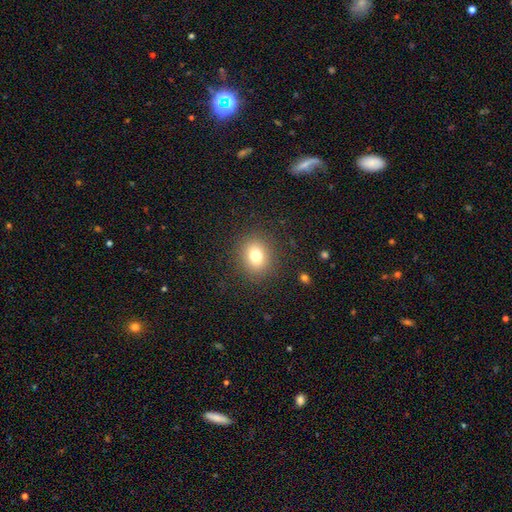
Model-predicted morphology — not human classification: smooth-or-featured: smooth: 77% | star or artifact: 13% | featured or disk: 10%
  how-rounded: round: 69% | in between: 30% | cigar-shaped: 1%
  merging: none: 88% | minor disturbance: 7% | major disturbance: 4% | merger: 1%